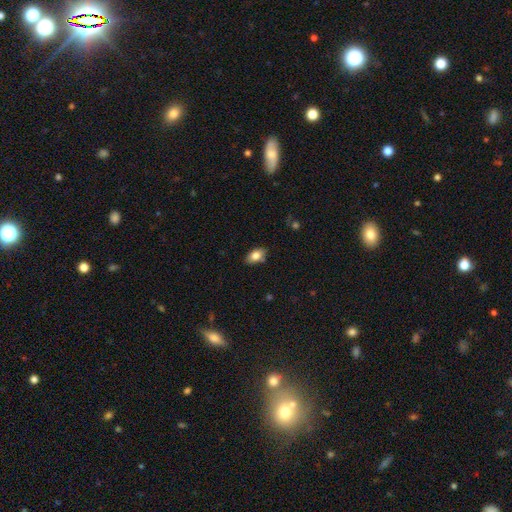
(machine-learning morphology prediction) Smooth or featured? Predicted: smooth (p=0.81). How rounded? Predicted: in between (p=0.90). Merging? Predicted: none (p=0.83).